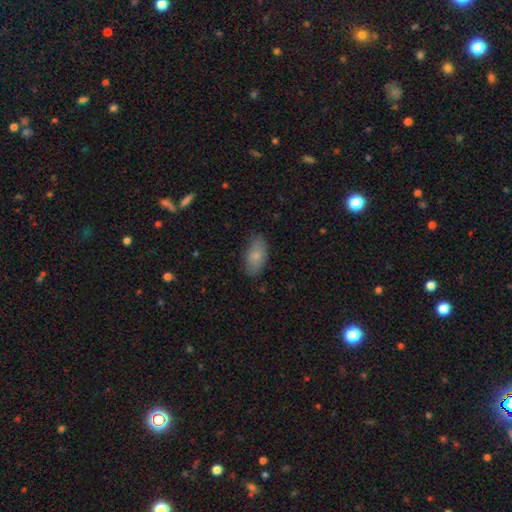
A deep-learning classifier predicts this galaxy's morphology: Overall: smooth (78%). How rounded: in between (92%). Merging: none (80%).